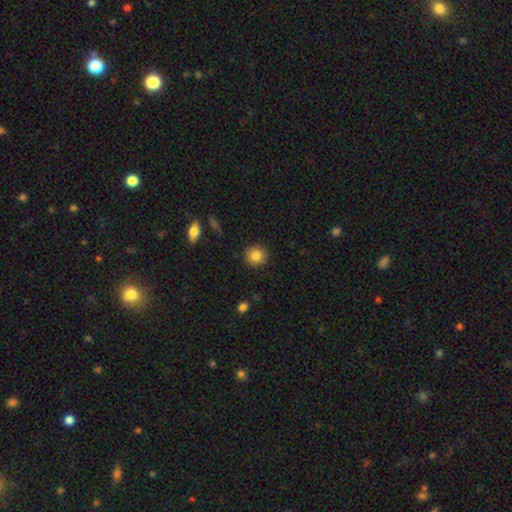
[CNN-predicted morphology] A smooth galaxy with no disk features (84%) that is round (92%).

Vote fractions:
- Smooth or featured? smooth: 84% / star or artifact: 9% / featured or disk: 7%
- How rounded? round: 92% / in between: 7% / cigar-shaped: 1%
- Merging? none: 91% / minor disturbance: 6% / major disturbance: 2% / merger: 1%